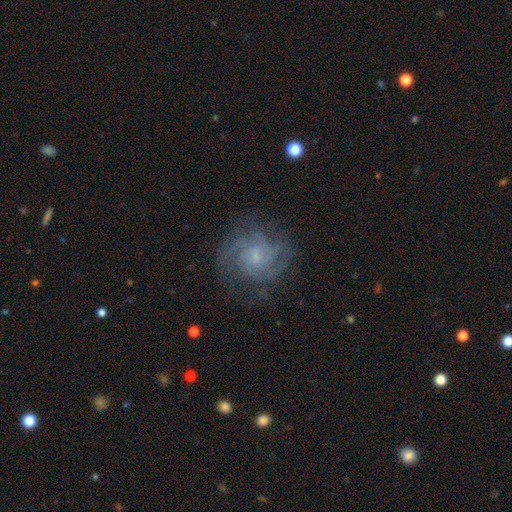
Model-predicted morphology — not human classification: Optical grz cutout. It shows a featured or disk galaxy (76%) with no bar (64%), tight (53%) spiral arms (93%) and a small central bulge (58%). Merging: none (74%).